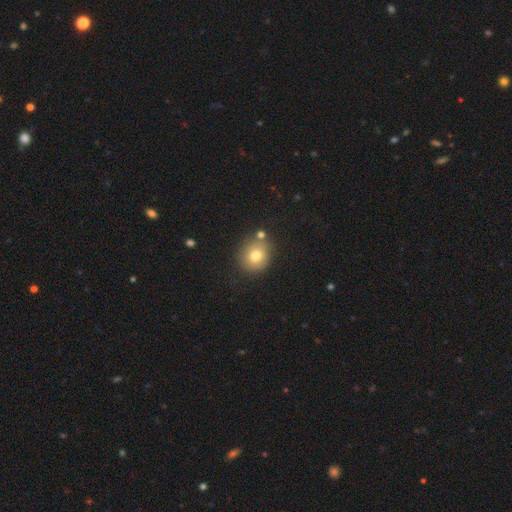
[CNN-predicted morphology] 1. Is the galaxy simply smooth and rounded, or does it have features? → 76% smooth, 12% featured or disk, 12% star or artifact.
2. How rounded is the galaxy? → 84% round, 15% in between, 1% cigar-shaped.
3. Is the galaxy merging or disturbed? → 76% none, 11% minor disturbance, 9% merger, 3% major disturbance.